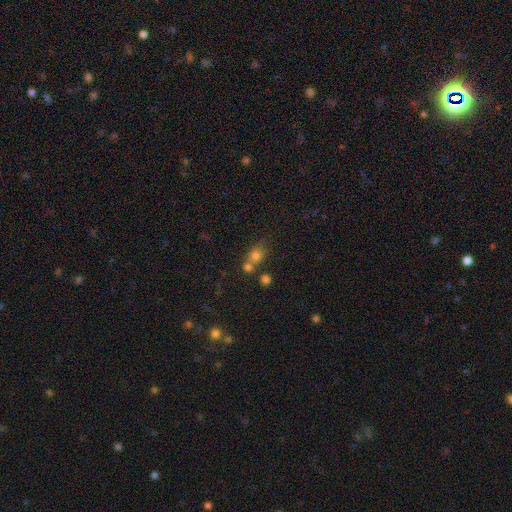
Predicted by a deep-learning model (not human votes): Overall: smooth (74%). How rounded: round (66%; in between 32%). Merging: none (46%; merger 39%).